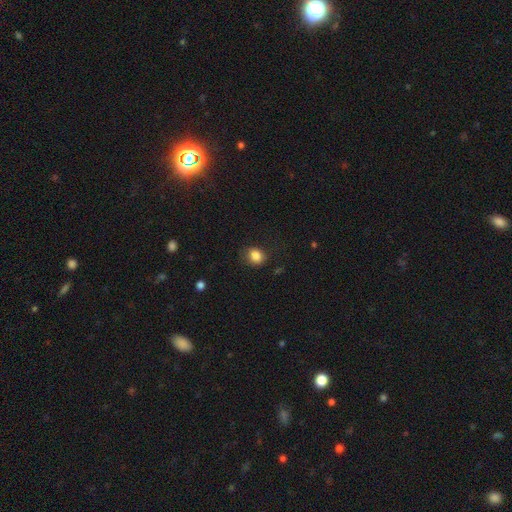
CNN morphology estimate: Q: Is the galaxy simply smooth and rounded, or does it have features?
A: smooth — 84%.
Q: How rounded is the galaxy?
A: round — 60%.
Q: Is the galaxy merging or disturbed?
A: none — 74%.